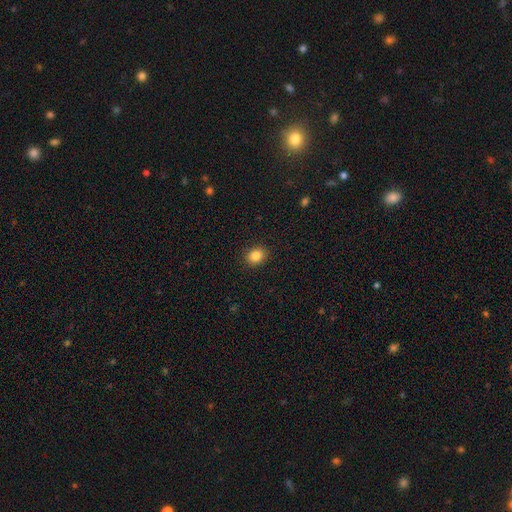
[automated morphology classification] A smooth galaxy with no disk features (85%) that is round (61%). Merging: none (91%).